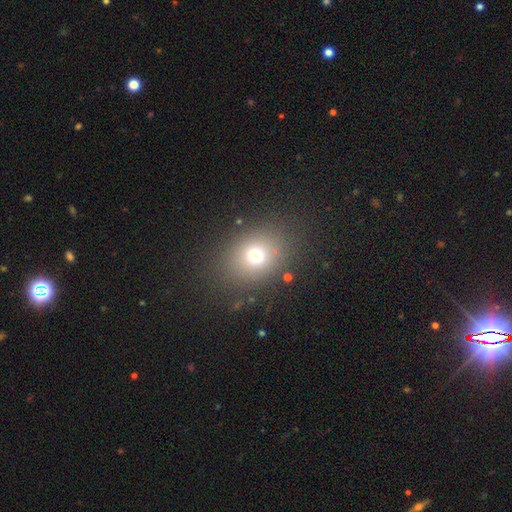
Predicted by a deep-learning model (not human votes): Smooth or featured?
  - smooth: 69% *
  - star or artifact: 19%
  - featured or disk: 12%
How rounded?
  - round: 55% *
  - in between: 44%
  - cigar-shaped: 1%
Merging?
  - none: 81% *
  - minor disturbance: 10%
  - major disturbance: 7%
  - merger: 2%